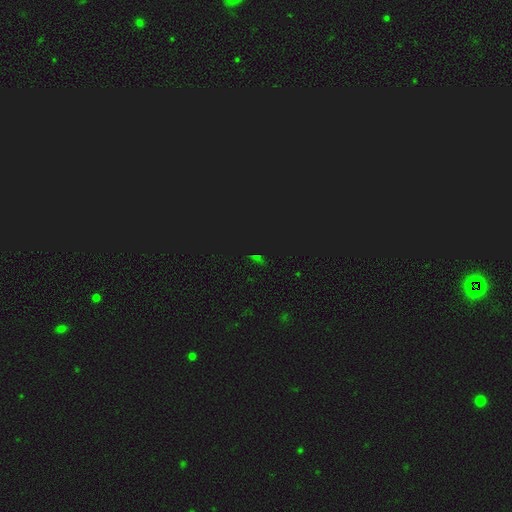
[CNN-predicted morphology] This is likely a star or artifact rather than a galaxy (70%).